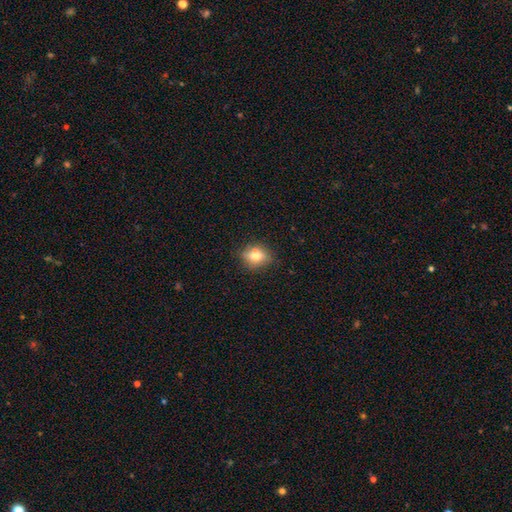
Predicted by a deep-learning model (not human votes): This appears to be a smooth galaxy with no disk features (67%) that is round (62%). Merging: none (74%).